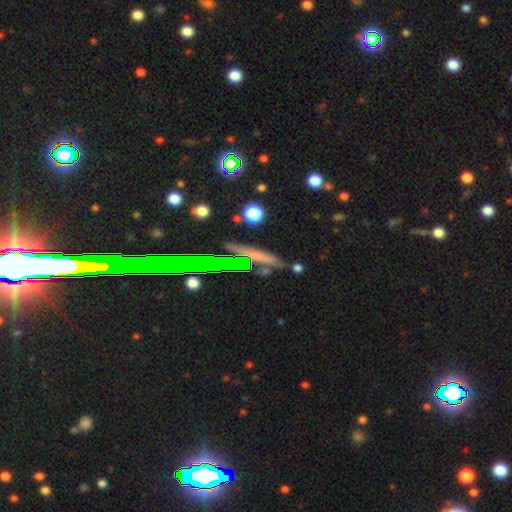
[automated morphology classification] This appears to be a smooth galaxy with no disk features (38%). Merging: none (80%).